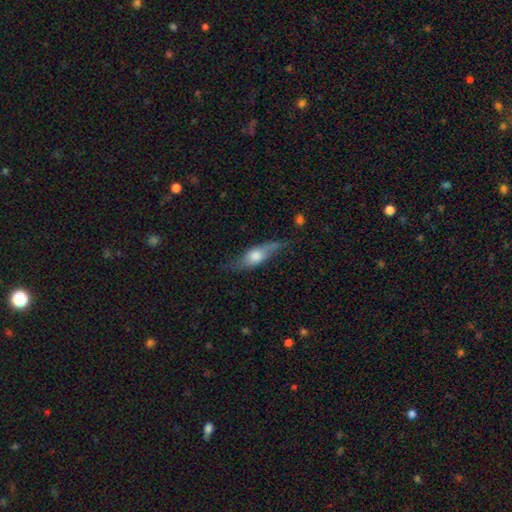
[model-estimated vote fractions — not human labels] Smooth or featured: smooth — 47% (tied with featured or disk — 47%)
Merging: none — 62% (minor disturbance — 26%)